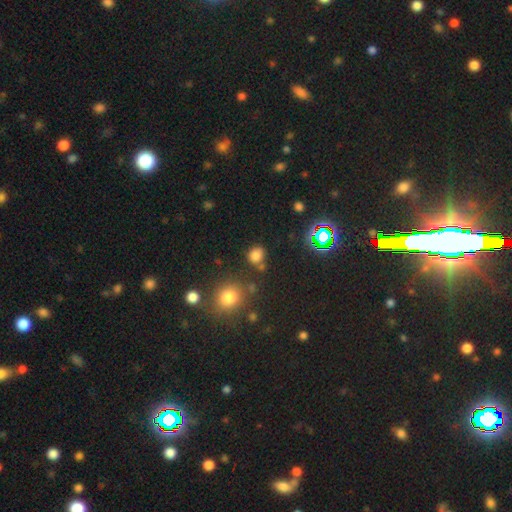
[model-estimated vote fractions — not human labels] smooth_or_featured: smooth (p=0.73) [alt: star or artifact p=0.21]
how_rounded: round (p=0.76) [alt: in between p=0.23]
merging: none (p=0.72) [alt: minor disturbance p=0.13]